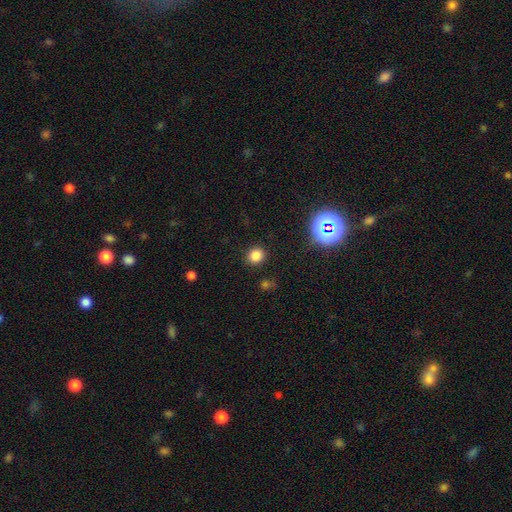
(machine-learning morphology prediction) Smooth or featured? smooth (81%)
How rounded? round (81%)
Merging? none (88%)